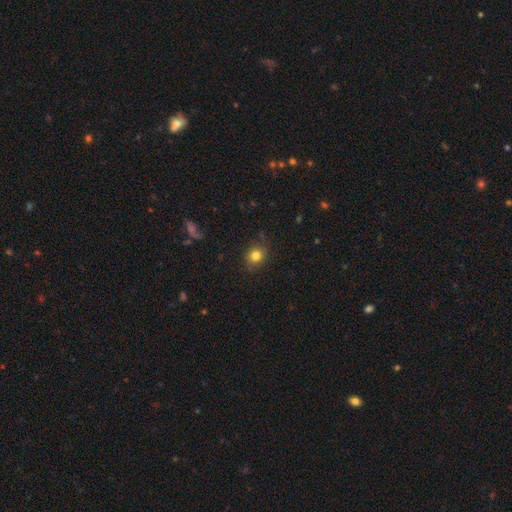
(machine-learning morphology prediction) smooth-or-featured: smooth: 81% | star or artifact: 12% | featured or disk: 7%
  how-rounded: round: 73% | in between: 26% | cigar-shaped: 1%
  merging: none: 84% | minor disturbance: 11% | major disturbance: 3% | merger: 1%